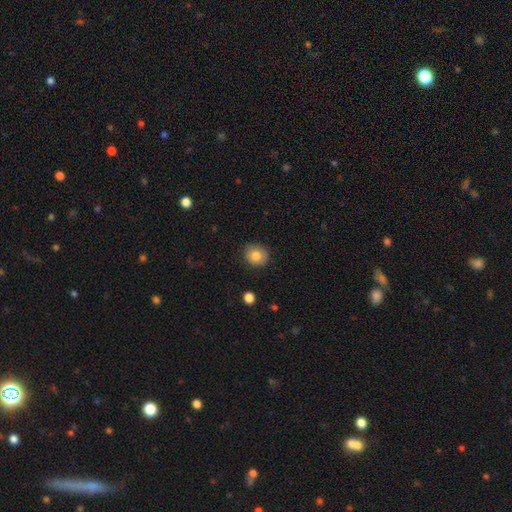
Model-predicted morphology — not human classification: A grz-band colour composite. It shows a smooth galaxy with no disk features (81%) that is round (82%). Merging: none (84%).